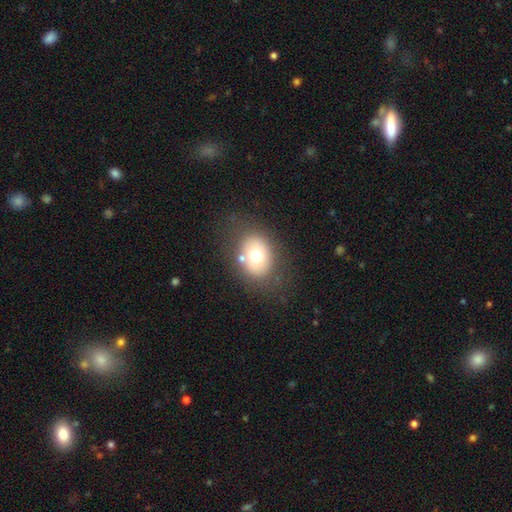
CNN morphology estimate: Overall: smooth (67%). How rounded: in between (56%; round 43%). Merging: none (73%).